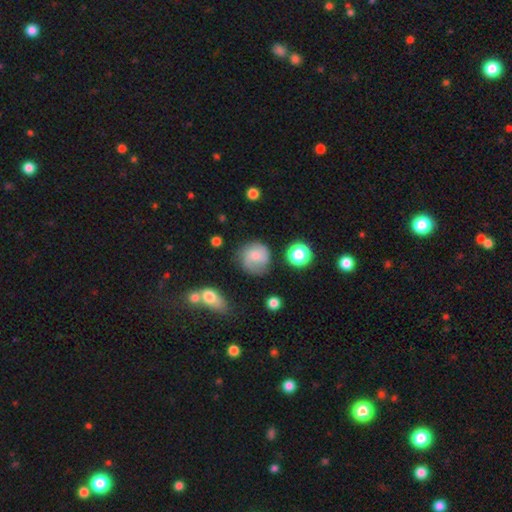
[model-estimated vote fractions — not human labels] smooth 53%, featured or disk 37%, star or artifact 9%. Down the decision tree: how rounded — round (86%); merging — none (67%).